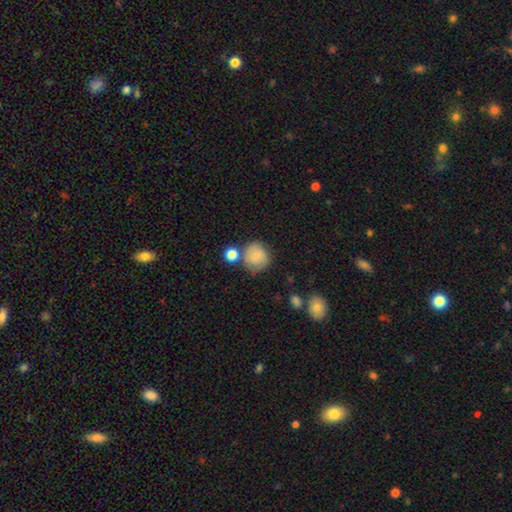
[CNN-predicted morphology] smooth 71%, featured or disk 20%, star or artifact 9%. Down the decision tree: how rounded — round (87%); merging — none (62%).